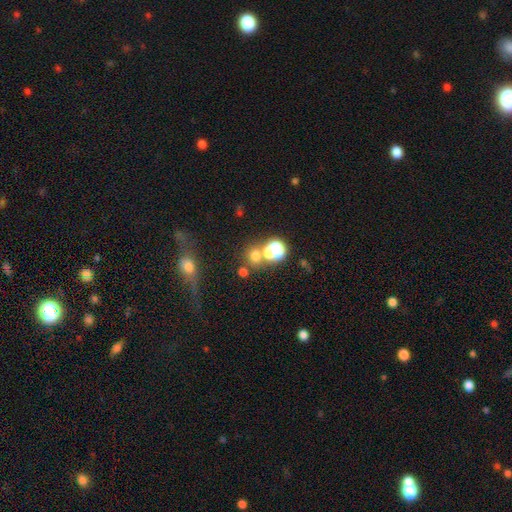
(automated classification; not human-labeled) Q: Smooth or featured?
A: smooth (63%); runner-up: star or artifact (26%)
Q: How rounded?
A: round (80%); runner-up: in between (19%)
Q: Merging?
A: none (54%); runner-up: merger (33%)